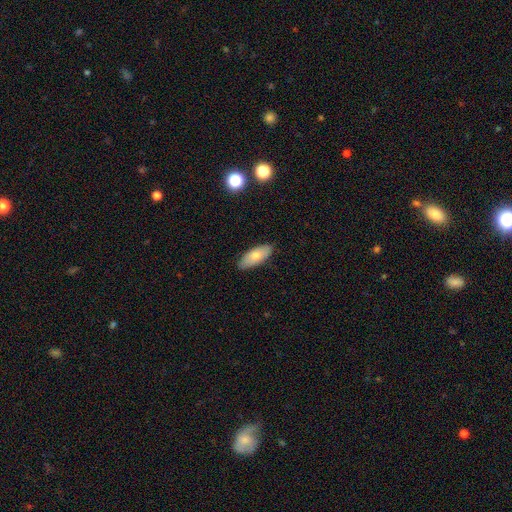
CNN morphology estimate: Smooth or featured: smooth — 74% (featured or disk — 20%)
How rounded: in between — 83% (cigar-shaped — 15%)
Merging: none — 87% (minor disturbance — 10%)